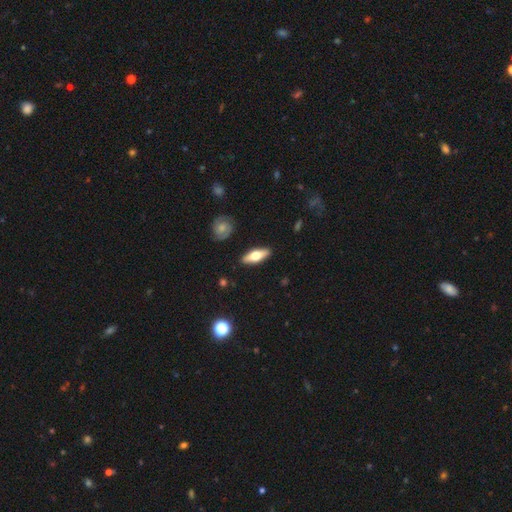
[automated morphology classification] smooth_or_featured: smooth (p=0.51) [alt: featured or disk p=0.44]
how_rounded: in between (p=0.53) [alt: cigar-shaped p=0.43]
merging: none (p=0.88) [alt: minor disturbance p=0.08]